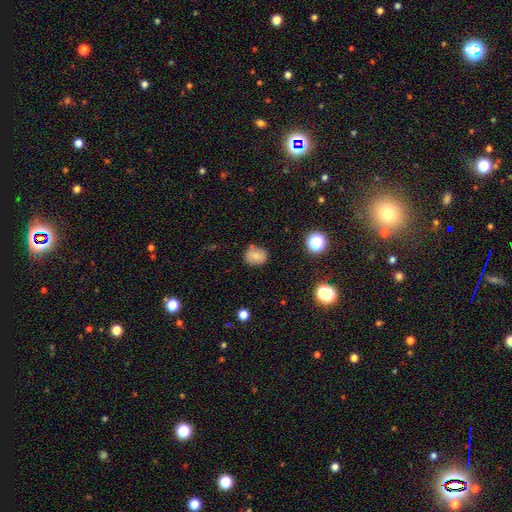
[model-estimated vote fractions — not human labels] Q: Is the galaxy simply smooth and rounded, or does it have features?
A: smooth — 75%.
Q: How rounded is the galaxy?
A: round — 58%.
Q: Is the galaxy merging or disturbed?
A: none — 77%.